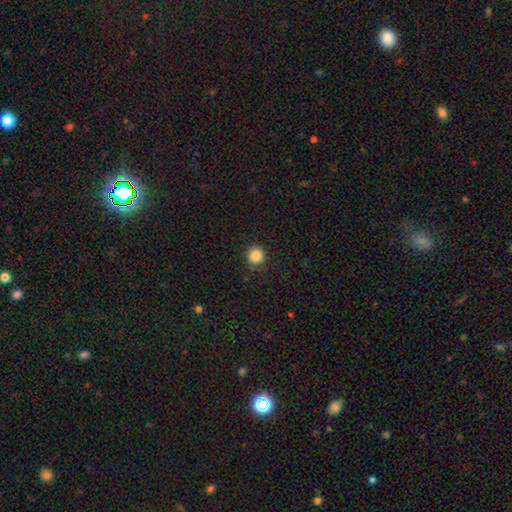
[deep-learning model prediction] A smooth galaxy with no disk features (85%) that is round (94%).

Vote fractions:
- Smooth or featured? smooth: 85% / star or artifact: 11% / featured or disk: 4%
- How rounded? round: 94% / in between: 5% / cigar-shaped: 1%
- Merging? none: 90% / minor disturbance: 7% / major disturbance: 2% / merger: 1%